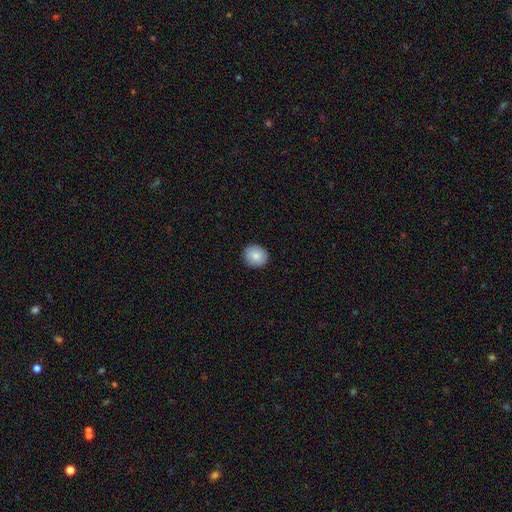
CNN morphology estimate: smooth 84%, featured or disk 8%, star or artifact 7%. Down the decision tree: how rounded — round (86%); merging — none (90%).